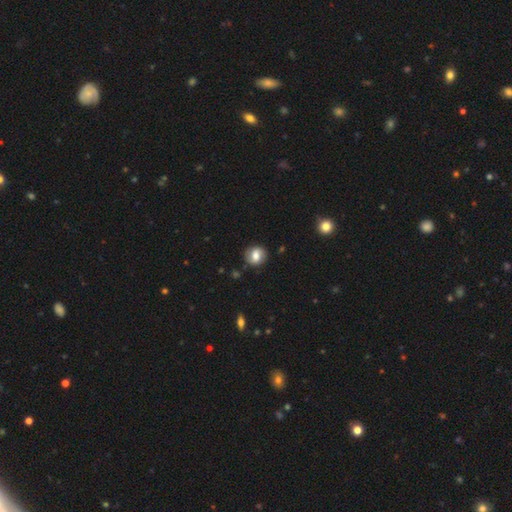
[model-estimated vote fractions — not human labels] smooth-or-featured: smooth: 68% | featured or disk: 23% | star or artifact: 9%
  how-rounded: round: 74% | in between: 25% | cigar-shaped: 1%
  merging: none: 83% | minor disturbance: 12% | major disturbance: 3% | merger: 2%